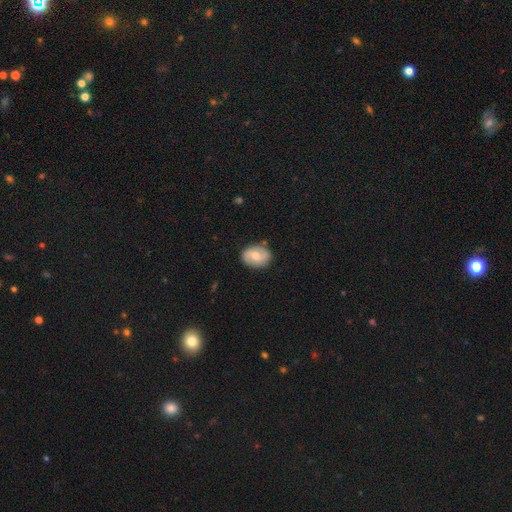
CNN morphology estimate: This appears to be a featured or disk galaxy (48%). Merging: none (82%).